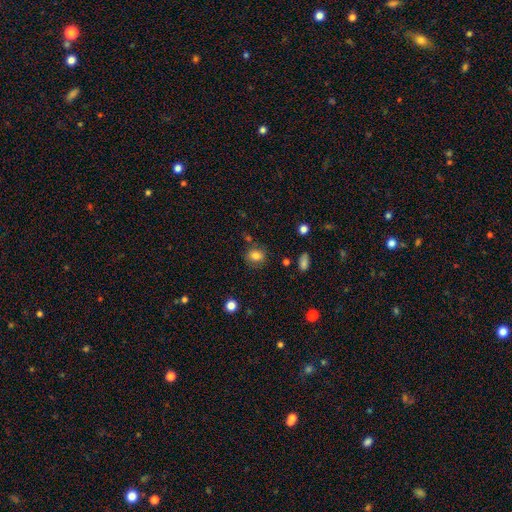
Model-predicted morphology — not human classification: Smooth or featured: smooth — 81% (star or artifact — 11%)
How rounded: round — 61% (in between — 38%)
Merging: none — 80% (minor disturbance — 13%)